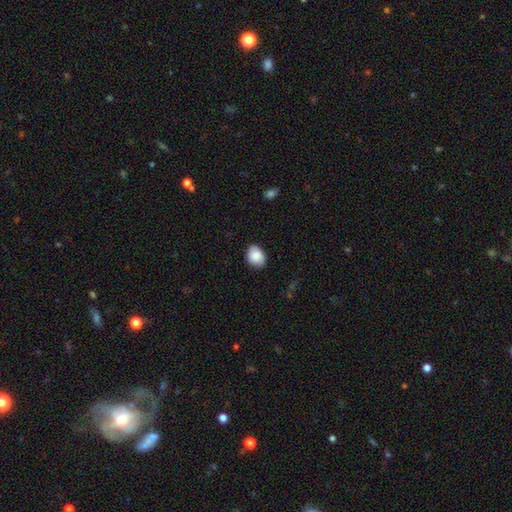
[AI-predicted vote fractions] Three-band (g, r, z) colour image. It shows a smooth galaxy with no disk features (86%) that is in between round and cigar-shaped (60%). Merging: none (83%).